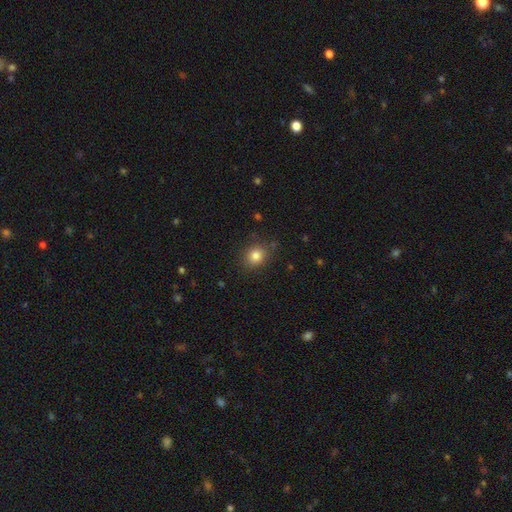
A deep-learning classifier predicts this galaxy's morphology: Overall: smooth (83%). How rounded: round (71%). Merging: none (84%).